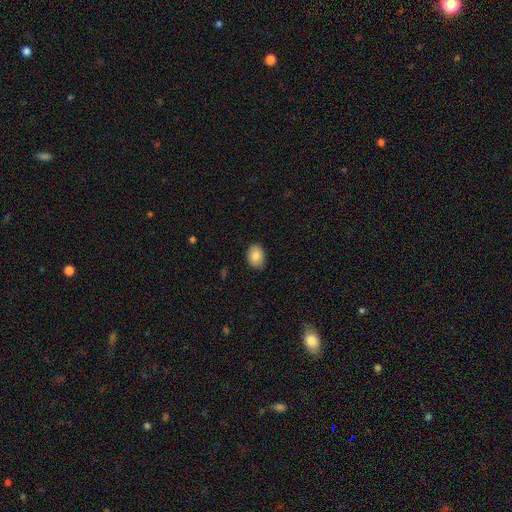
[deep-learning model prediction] Smooth or featured?
  - smooth: 85% *
  - featured or disk: 8%
  - star or artifact: 8%
How rounded?
  - in between: 72% *
  - round: 27%
  - cigar-shaped: 1%
Merging?
  - none: 82% *
  - minor disturbance: 15%
  - major disturbance: 2%
  - merger: 1%